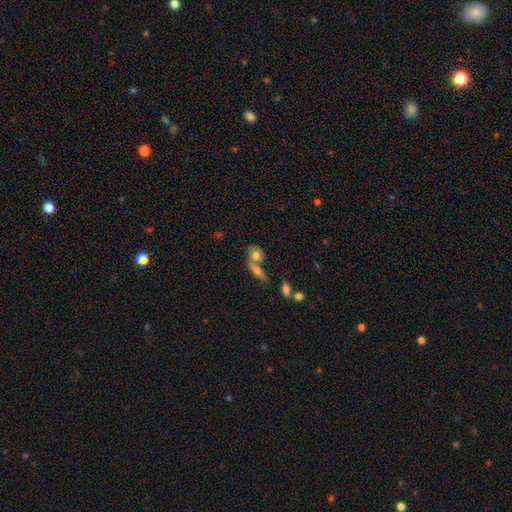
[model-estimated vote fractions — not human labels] smooth-or-featured: smooth: 68% | featured or disk: 23% | star or artifact: 9%
  how-rounded: in between: 49% | round: 42% | cigar-shaped: 9%
  merging: merger: 45% | none: 39% | minor disturbance: 11% | major disturbance: 5%